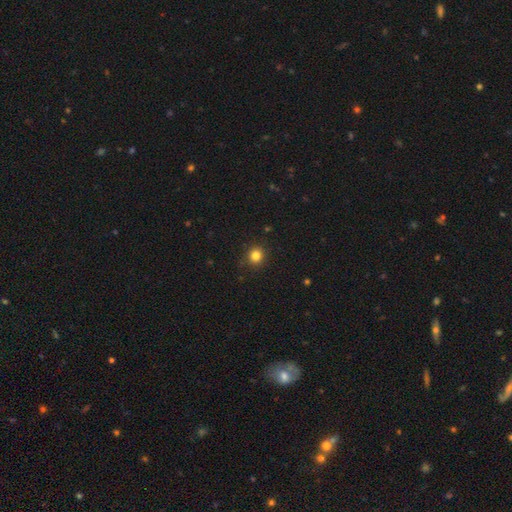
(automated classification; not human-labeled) smooth_or_featured: smooth (p=0.83) [alt: star or artifact p=0.12]
how_rounded: round (p=0.89) [alt: in between p=0.10]
merging: none (p=0.90) [alt: minor disturbance p=0.07]